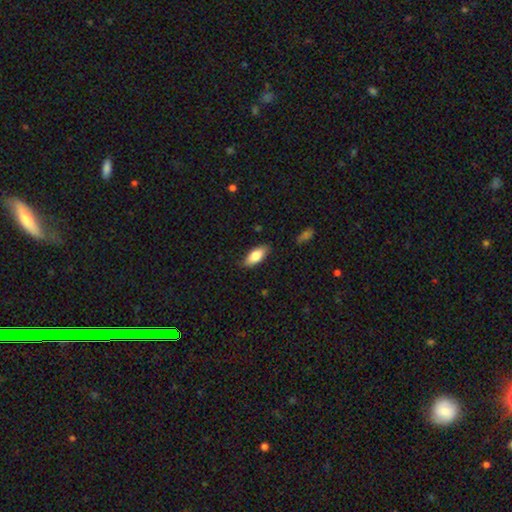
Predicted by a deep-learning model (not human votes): smooth-or-featured: smooth: 79% | featured or disk: 15% | star or artifact: 6%
  how-rounded: in between: 82% | cigar-shaped: 15% | round: 2%
  merging: none: 85% | minor disturbance: 12% | major disturbance: 2% | merger: 1%